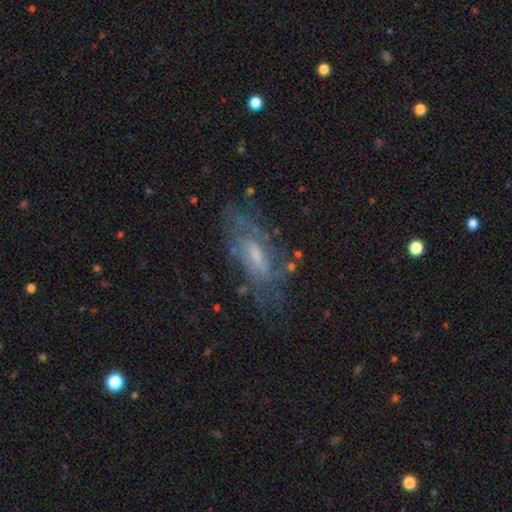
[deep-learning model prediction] smooth-or-featured: featured or disk: 67% | smooth: 23% | star or artifact: 9%
  disk-edge-on: no: 84% | yes: 16%
    bar: weak: 48% | no: 40% | strong: 12%
    has-spiral-arms: yes: 68% | no: 32%
    bulge-size: small: 47% | moderate: 37% | none: 11% | large: 4% | dominant: 1%
  merging: none: 64% | minor disturbance: 21% | major disturbance: 12% | merger: 3%